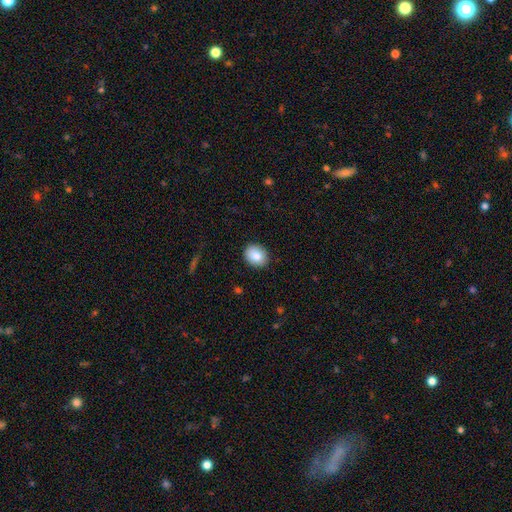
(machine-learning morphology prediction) Smooth or featured: smooth — 85% (star or artifact — 8%)
How rounded: round — 60% (in between — 39%)
Merging: none — 90% (minor disturbance — 8%)